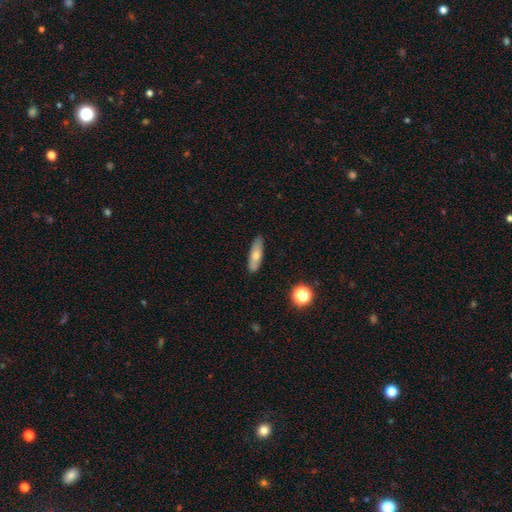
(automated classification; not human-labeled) smooth_or_featured: smooth (p=0.68) [alt: featured or disk p=0.25]
how_rounded: cigar-shaped (p=0.52) [alt: in between p=0.45]
merging: none (p=0.84) [alt: minor disturbance p=0.12]